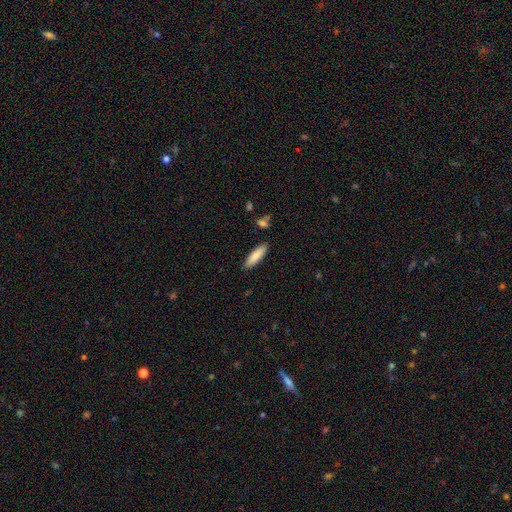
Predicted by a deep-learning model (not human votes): smooth-or-featured: smooth: 85% | featured or disk: 10% | star or artifact: 6%
  how-rounded: cigar-shaped: 65% | in between: 34% | round: 1%
  merging: none: 88% | minor disturbance: 9% | merger: 2% | major disturbance: 2%